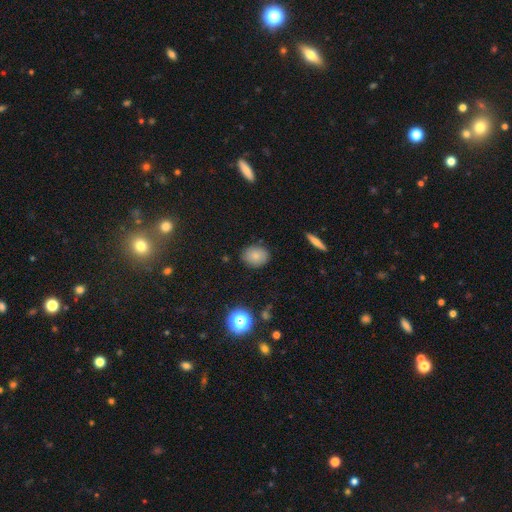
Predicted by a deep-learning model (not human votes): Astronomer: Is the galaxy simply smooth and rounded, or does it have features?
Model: smooth — 83%.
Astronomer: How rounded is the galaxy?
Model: in between — 51% (runner-up: round, 48%).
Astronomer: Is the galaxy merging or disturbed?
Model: none — 85%.